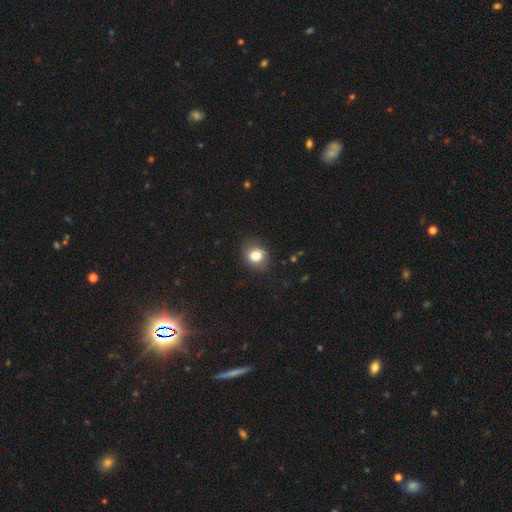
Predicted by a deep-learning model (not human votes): A smooth galaxy with no disk features (84%) that is round (60%). Merging: none (80%).